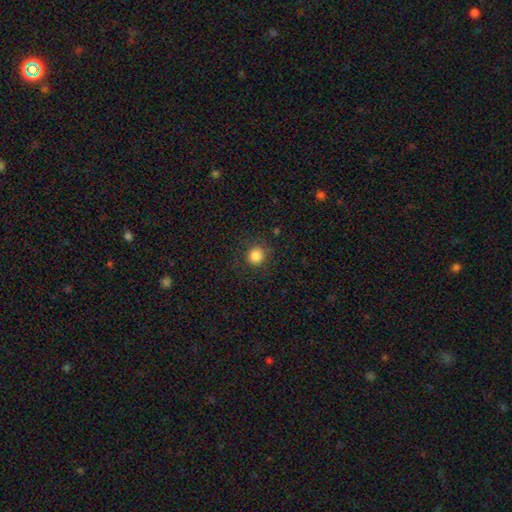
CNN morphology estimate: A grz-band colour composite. It shows a smooth galaxy with no disk features (84%) that is round (93%). Merging: none (88%).